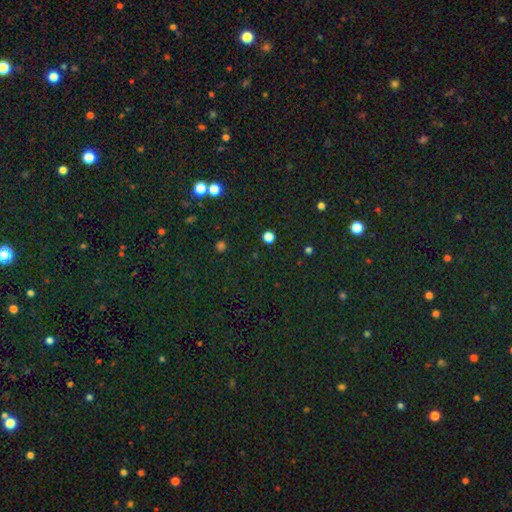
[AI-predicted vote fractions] Q: Smooth or featured?
A: star or artifact (72%); runner-up: smooth (20%)